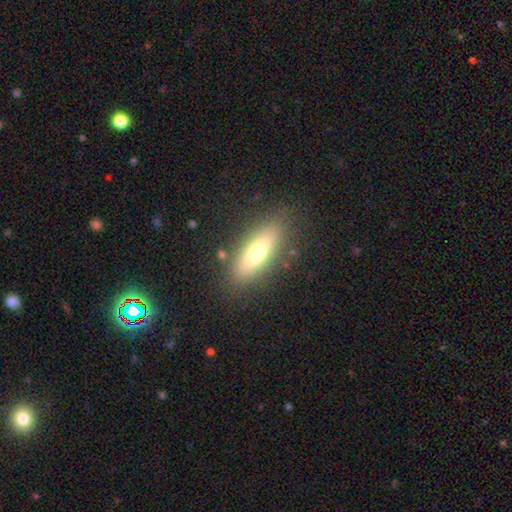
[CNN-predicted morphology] Smooth or featured? smooth (66%)
How rounded? in between (58%)
Merging? none (84%)